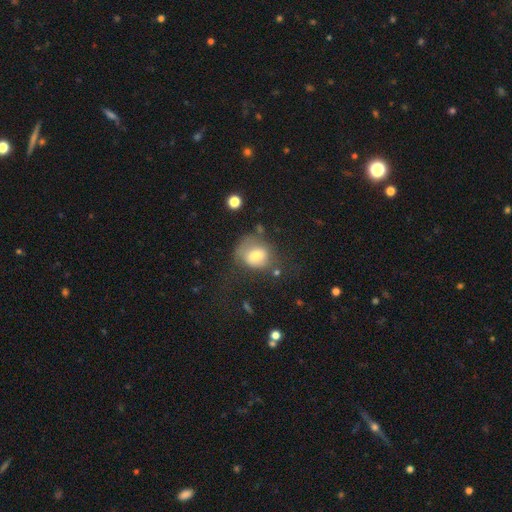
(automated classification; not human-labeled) Q: Smooth or featured?
A: smooth (63%); runner-up: featured or disk (27%)
Q: How rounded?
A: round (56%); runner-up: in between (43%)
Q: Merging?
A: none (44%); runner-up: major disturbance (25%)